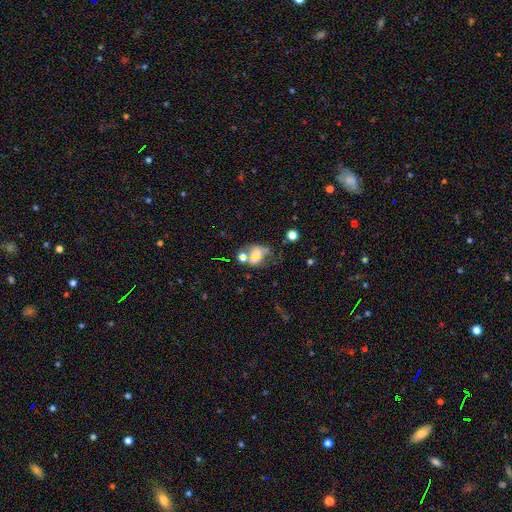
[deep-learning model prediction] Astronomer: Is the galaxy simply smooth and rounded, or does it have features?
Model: smooth — 49% (runner-up: featured or disk, 34%).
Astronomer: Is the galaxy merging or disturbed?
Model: merger — 35% (runner-up: none, 30%).